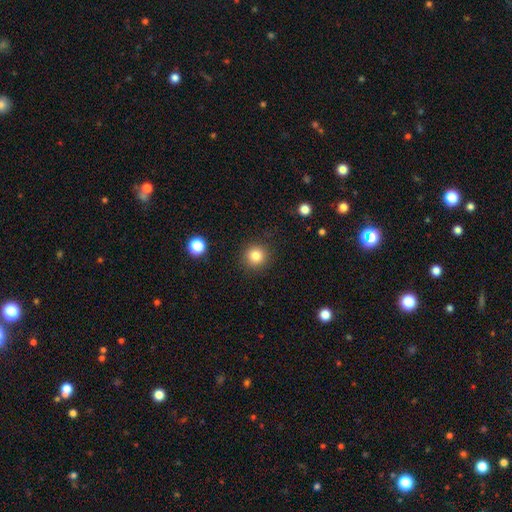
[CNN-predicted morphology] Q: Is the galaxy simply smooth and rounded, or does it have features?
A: smooth — 83%.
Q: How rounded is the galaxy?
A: round — 93%.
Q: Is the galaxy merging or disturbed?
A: none — 89%.